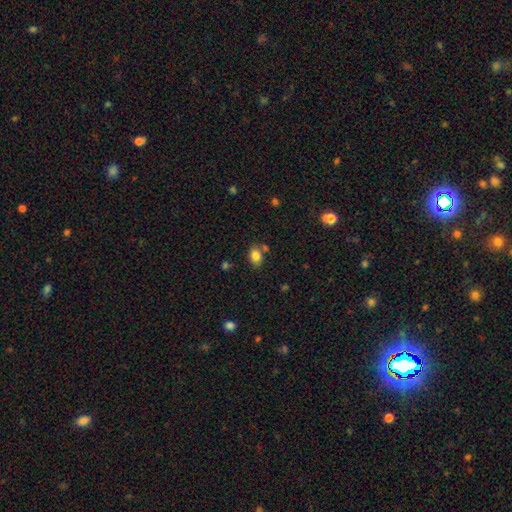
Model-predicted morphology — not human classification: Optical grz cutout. It shows a smooth galaxy with no disk features (83%) that is in between round and cigar-shaped (68%). Merging: none (72%).